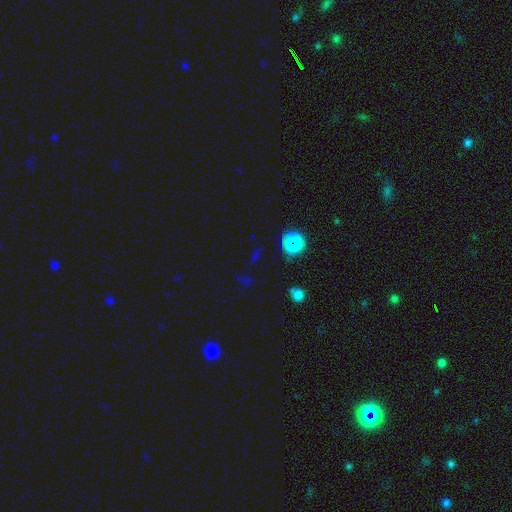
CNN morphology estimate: A star or artifact, not a galaxy (58%).